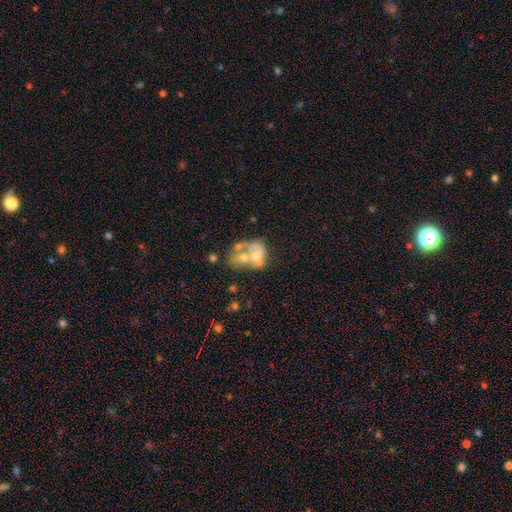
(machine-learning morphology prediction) Smooth or featured?
  - featured or disk: 50% *
  - smooth: 40%
  - star or artifact: 10%
Merging?
  - merger: 65% *
  - major disturbance: 15%
  - none: 13%
  - minor disturbance: 8%